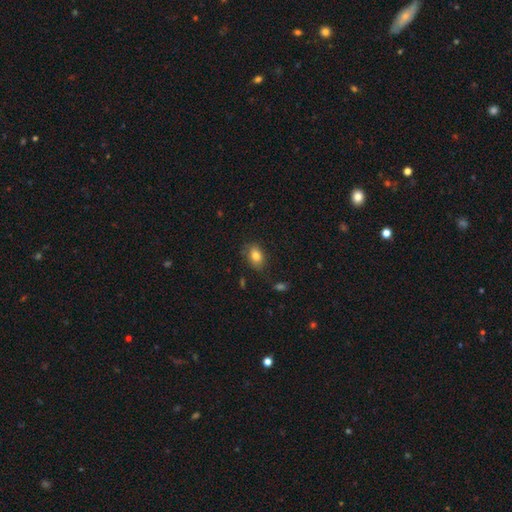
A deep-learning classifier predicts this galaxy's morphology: Smooth or featured: smooth — 82% (featured or disk — 9%)
How rounded: in between — 79% (round — 20%)
Merging: none — 74% (minor disturbance — 20%)